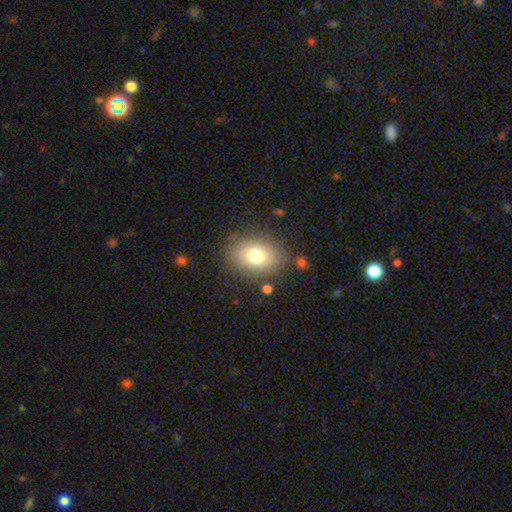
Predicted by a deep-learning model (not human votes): smooth 76%, featured or disk 13%, star or artifact 11%. Down the decision tree: how rounded — in between (64%); merging — none (82%).